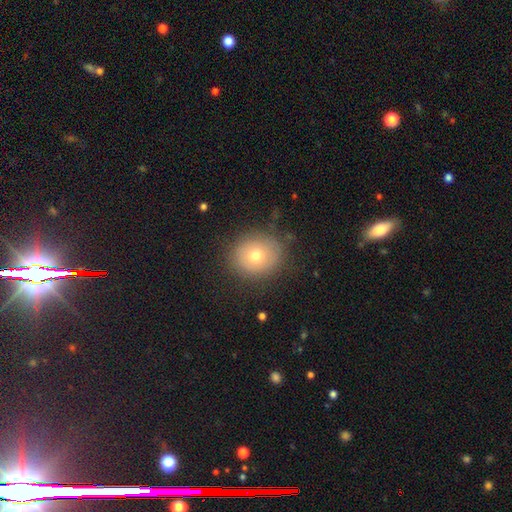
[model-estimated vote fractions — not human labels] Morphology: type=smooth (69%); roundness=round (73%); merging=none (83%).